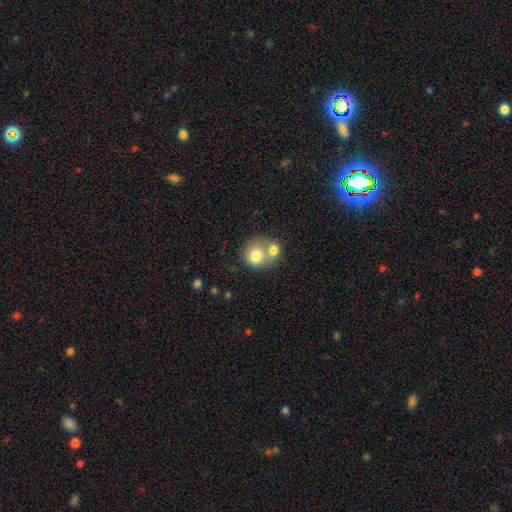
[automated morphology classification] type=smooth (75%); roundness=round (80%); merging=merger (60%).